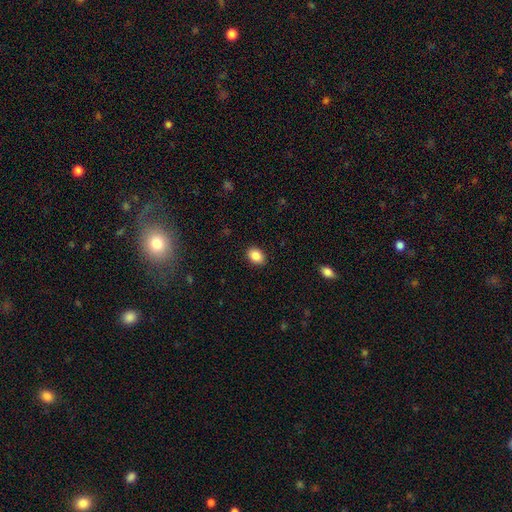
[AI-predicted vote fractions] Smooth or featured? smooth (87%)
How rounded? in between (74%)
Merging? none (89%)